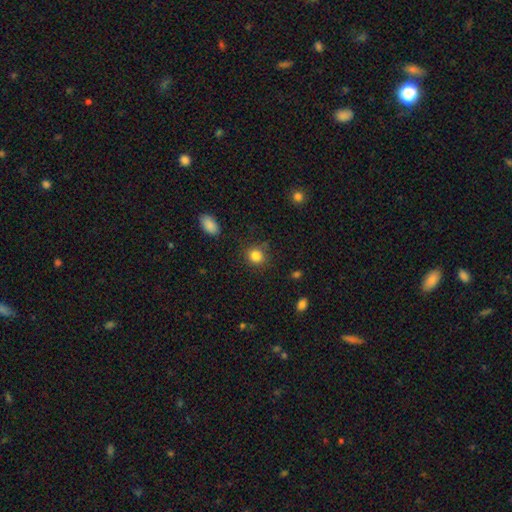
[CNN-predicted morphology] This appears to be a smooth galaxy with no disk features (85%) that is round (83%). Merging: none (82%).